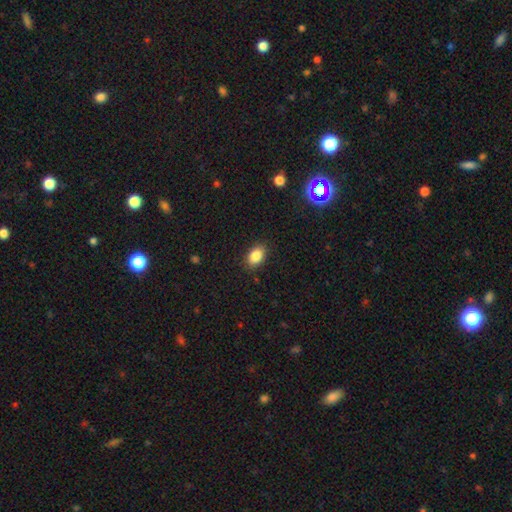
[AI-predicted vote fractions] smooth-or-featured: smooth: 86% | star or artifact: 9% | featured or disk: 6%
  how-rounded: in between: 87% | round: 11% | cigar-shaped: 2%
  merging: none: 87% | minor disturbance: 9% | major disturbance: 3% | merger: 1%